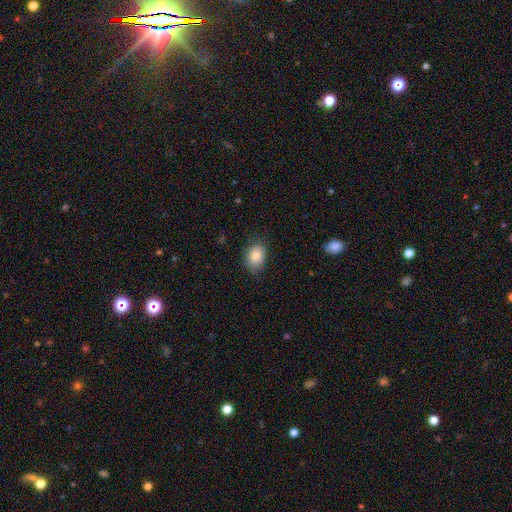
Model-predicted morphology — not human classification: Smooth or featured: smooth — 83% (star or artifact — 8%)
How rounded: in between — 59% (round — 40%)
Merging: none — 76% (minor disturbance — 19%)